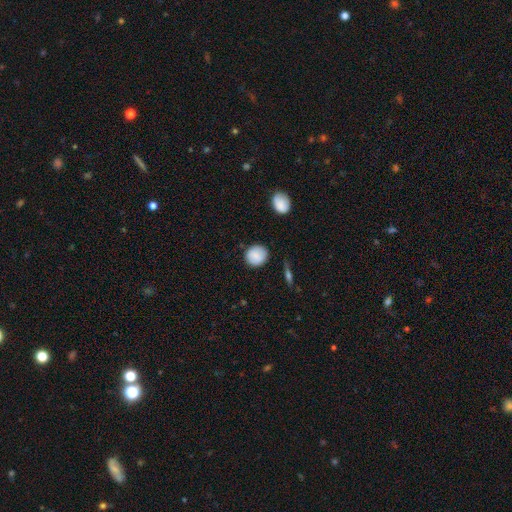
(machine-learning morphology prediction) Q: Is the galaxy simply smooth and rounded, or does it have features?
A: smooth — 84%.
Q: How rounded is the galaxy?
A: round — 86%.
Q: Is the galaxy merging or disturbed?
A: none — 84%.